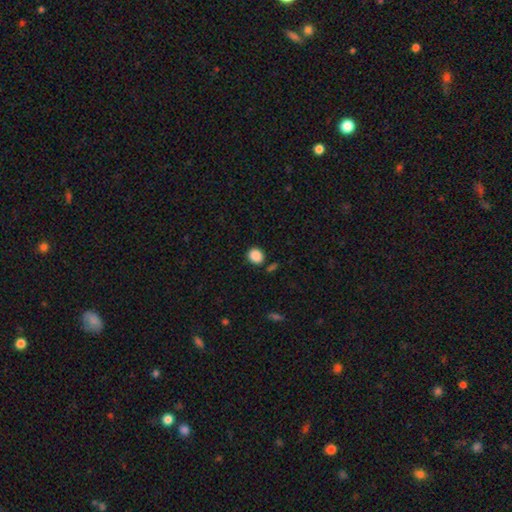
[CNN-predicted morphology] Smooth or featured? Predicted: smooth (p=0.88). How rounded? Predicted: round (p=0.72). Merging? Predicted: none (p=0.82).